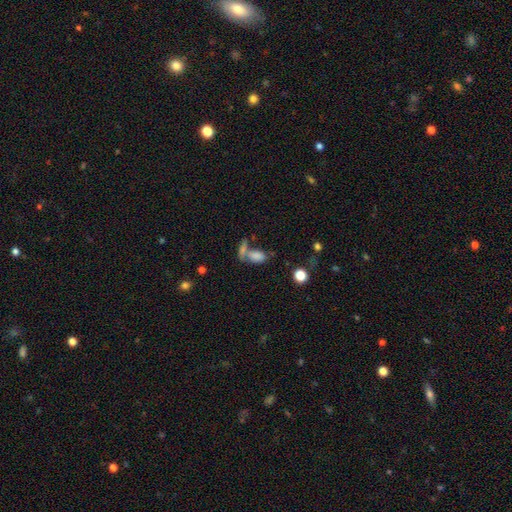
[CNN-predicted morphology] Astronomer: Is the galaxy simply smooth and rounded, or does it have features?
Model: smooth — 79%.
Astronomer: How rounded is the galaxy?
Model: in between — 88%.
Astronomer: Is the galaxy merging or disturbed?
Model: merger — 48% (runner-up: none, 35%).